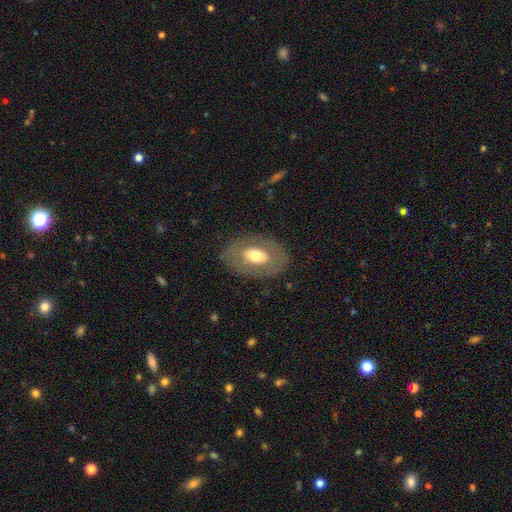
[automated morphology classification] smooth 53%, featured or disk 40%, star or artifact 7%. Down the decision tree: how rounded — in between (84%); merging — none (80%).